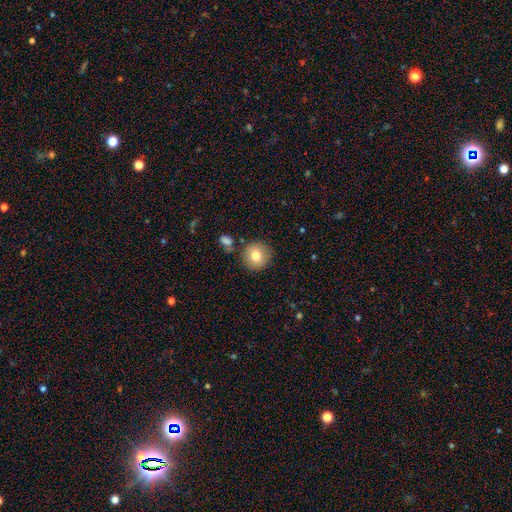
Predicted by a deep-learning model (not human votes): A smooth galaxy with no disk features (80%) that is round (93%).

Vote fractions:
- Smooth or featured? smooth: 80% / featured or disk: 11% / star or artifact: 9%
- How rounded? round: 93% / in between: 6% / cigar-shaped: 1%
- Merging? none: 83% / minor disturbance: 9% / merger: 6% / major disturbance: 3%